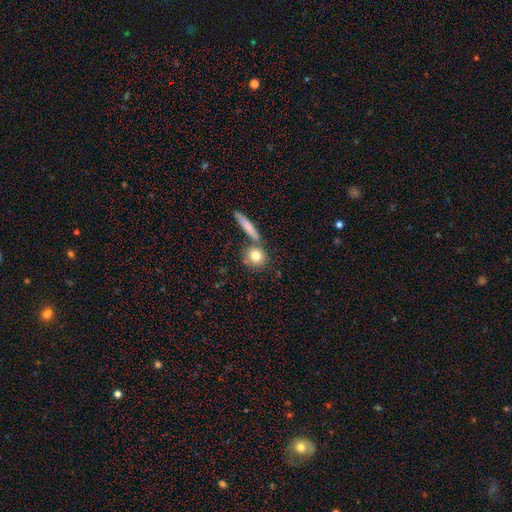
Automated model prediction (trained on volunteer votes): Smooth or featured? smooth (79%)
How rounded? round (80%)
Merging? none (66%)